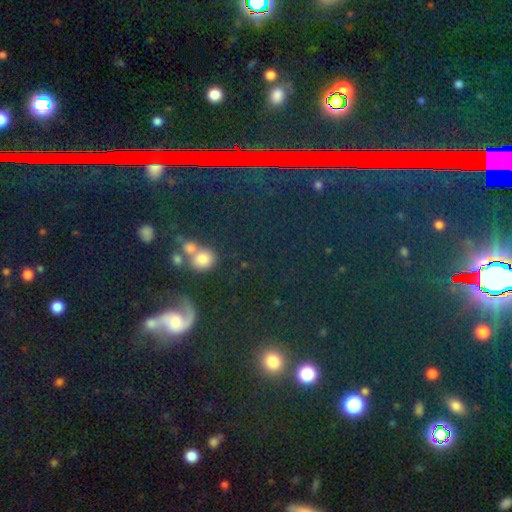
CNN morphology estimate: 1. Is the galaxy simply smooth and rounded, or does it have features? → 56% star or artifact, 25% smooth, 18% featured or disk.